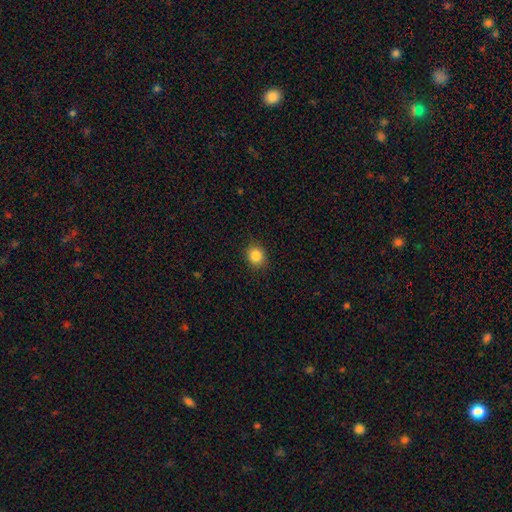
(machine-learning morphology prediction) Overall: smooth (85%). How rounded: round (79%). Merging: none (89%).